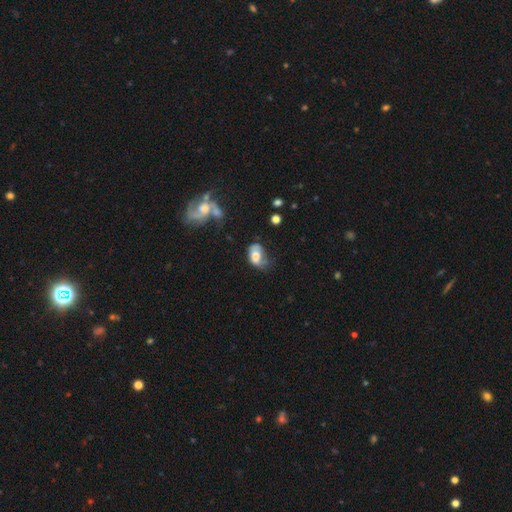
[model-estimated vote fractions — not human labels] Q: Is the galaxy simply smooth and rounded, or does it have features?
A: smooth — 62%.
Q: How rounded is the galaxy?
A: in between — 86%.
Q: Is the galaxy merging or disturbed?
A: minor disturbance — 34%.